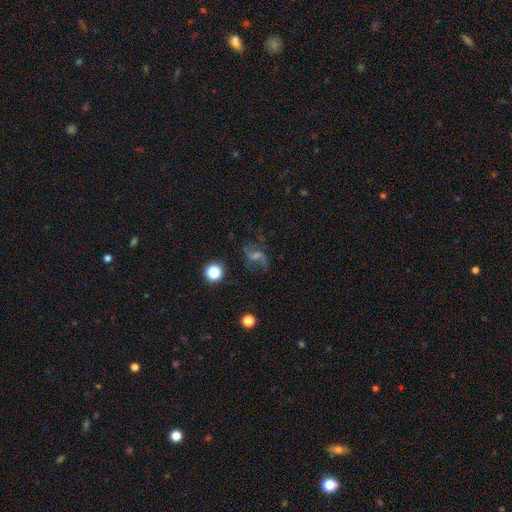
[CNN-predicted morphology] Smooth or featured?
  - featured or disk: 59% *
  - star or artifact: 22%
  - smooth: 19%
Edge-on disk?
  - no: 95% *
  - yes: 5%
Bar?
  - weak: 44% *
  - no: 37%
  - strong: 19%
Spiral arms?
  - yes: 84% *
  - no: 16%
Bulge size?
  - small: 43% *
  - moderate: 27%
  - none: 24%
  - large: 5%
  - dominant: 2%
Merging?
  - none: 63% *
  - major disturbance: 17%
  - minor disturbance: 16%
  - merger: 3%